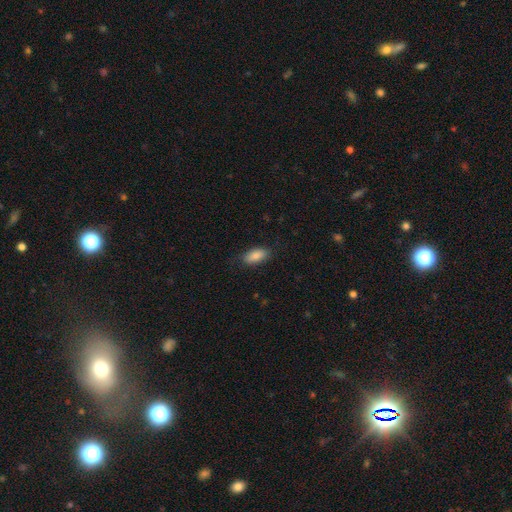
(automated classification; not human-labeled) Q: Smooth or featured?
A: smooth (86%); runner-up: featured or disk (7%)
Q: How rounded?
A: in between (90%); runner-up: cigar-shaped (8%)
Q: Merging?
A: none (83%); runner-up: minor disturbance (13%)